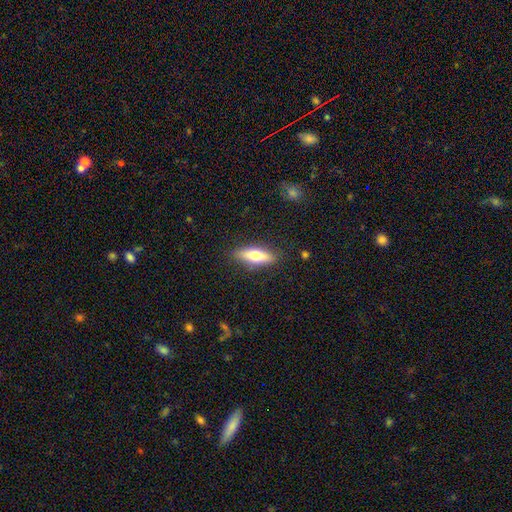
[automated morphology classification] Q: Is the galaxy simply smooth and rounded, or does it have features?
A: smooth — 67%.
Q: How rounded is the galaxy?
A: in between — 56%.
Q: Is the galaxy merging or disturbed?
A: none — 86%.